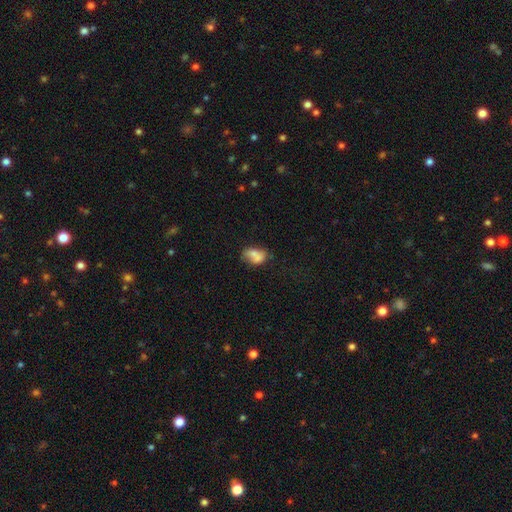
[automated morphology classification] type=smooth (67%); roundness=in between (81%); merging=none (36%).